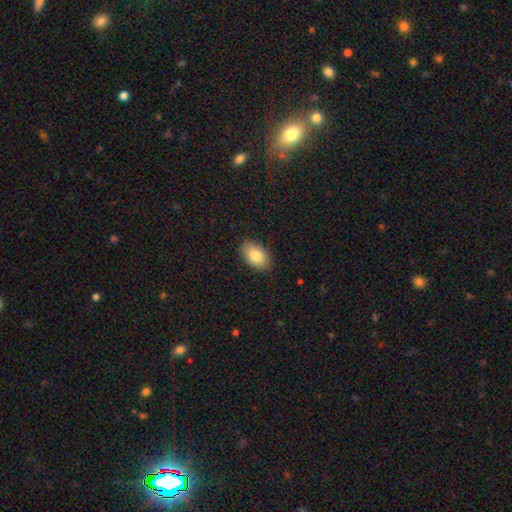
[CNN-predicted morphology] type=smooth (81%); roundness=in between (92%); merging=none (86%).